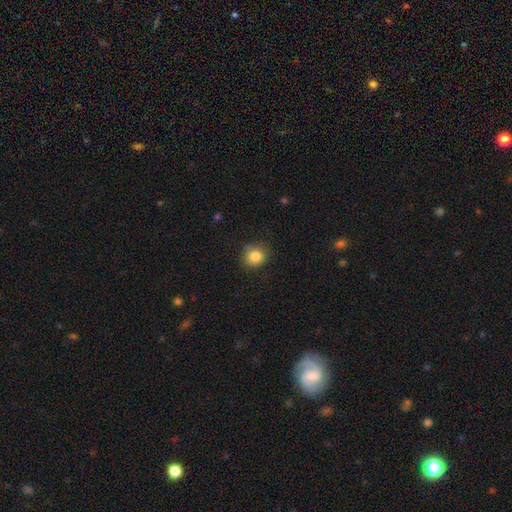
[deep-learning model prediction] The model was most divided on "merging": none: 81%, minor disturbance: 15%, major disturbance: 3%, merger: 2%. More confident: how rounded — round (86%); smooth or featured — smooth (84%).